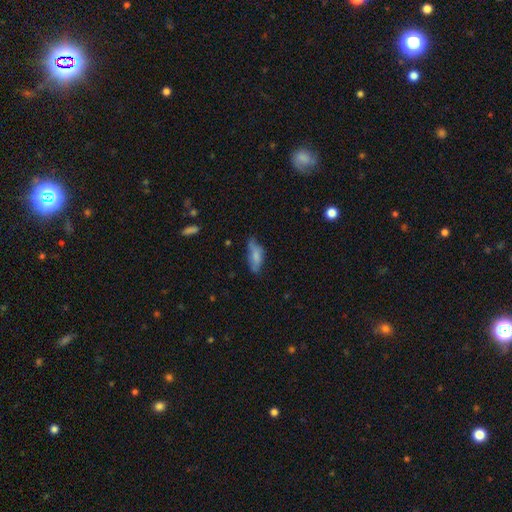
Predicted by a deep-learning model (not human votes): The model was most divided on "merging": none: 41%, minor disturbance: 37%, major disturbance: 18%, merger: 4%. More confident: how rounded — in between (73%); smooth or featured — smooth (70%).